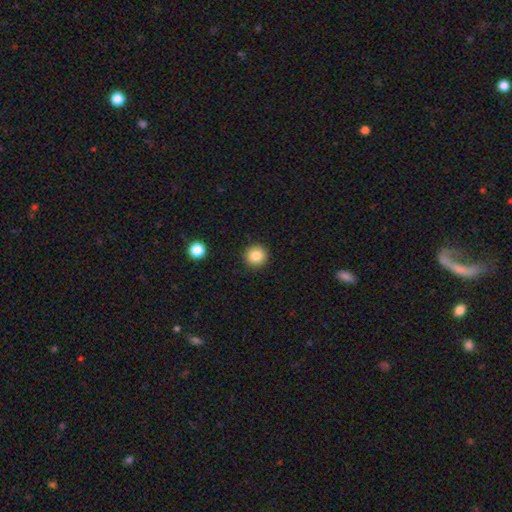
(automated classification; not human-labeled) The model was most divided on "smooth or featured": smooth: 83%, star or artifact: 10%, featured or disk: 6%. More confident: how rounded — round (94%); merging — none (92%).